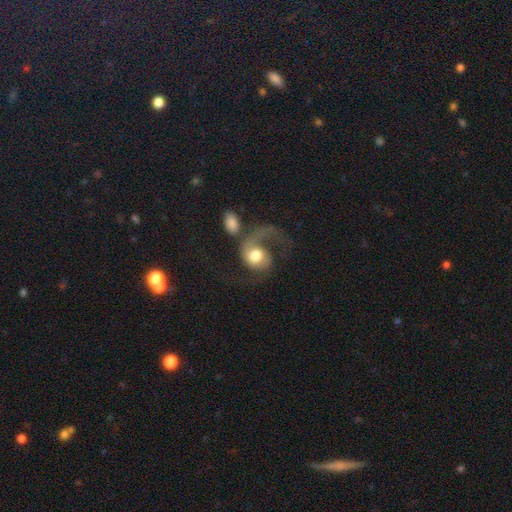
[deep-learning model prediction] smooth-or-featured: featured or disk: 65% | smooth: 29% | star or artifact: 7%
  disk-edge-on: no: 98% | yes: 2%
    bar: no: 74% | weak: 22% | strong: 4%
    has-spiral-arms: yes: 89% | no: 11%
      spiral-winding: loose: 66% | medium: 26% | tight: 7%
      spiral-arm-count: 1: 61% | 2: 33% | can't tell: 3% | 3: 1% | 4: 1% | more than 4: 1%
    bulge-size: moderate: 43% | large: 40% | dominant: 9% | small: 6% | none: 2%
  merging: major disturbance: 47% | none: 25% | merger: 16% | minor disturbance: 12%